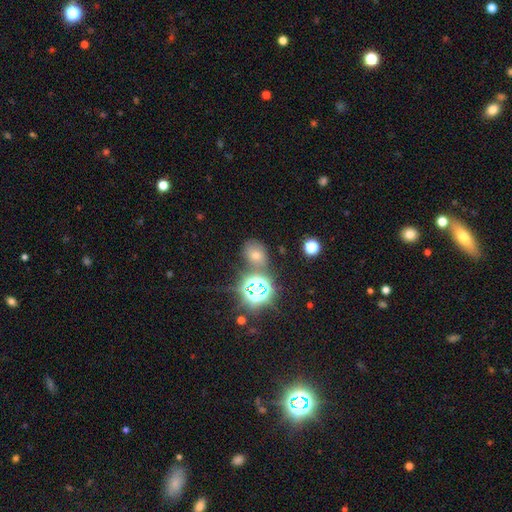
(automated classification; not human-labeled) Smooth or featured: star or artifact — 48% (smooth — 37%)